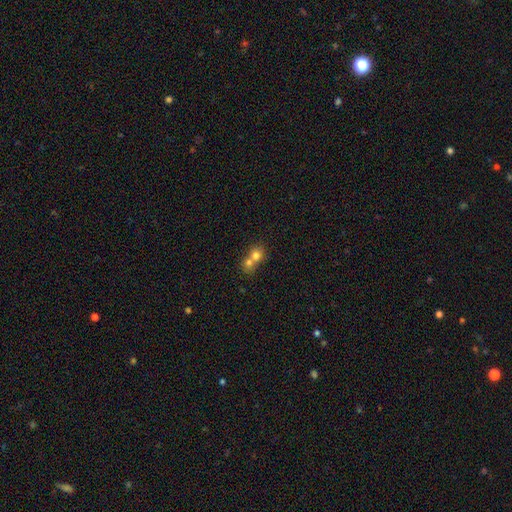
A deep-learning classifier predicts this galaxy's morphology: smooth_or_featured: smooth (p=0.72) [alt: featured or disk p=0.17]
how_rounded: round (p=0.76) [alt: in between p=0.23]
merging: merger (p=0.68) [alt: none p=0.25]